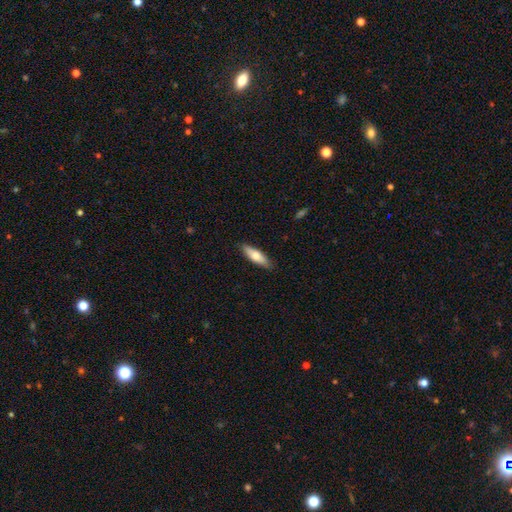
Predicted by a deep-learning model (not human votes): Q: Smooth or featured?
A: smooth (68%); runner-up: featured or disk (27%)
Q: How rounded?
A: cigar-shaped (56%); runner-up: in between (42%)
Q: Merging?
A: none (87%); runner-up: minor disturbance (10%)